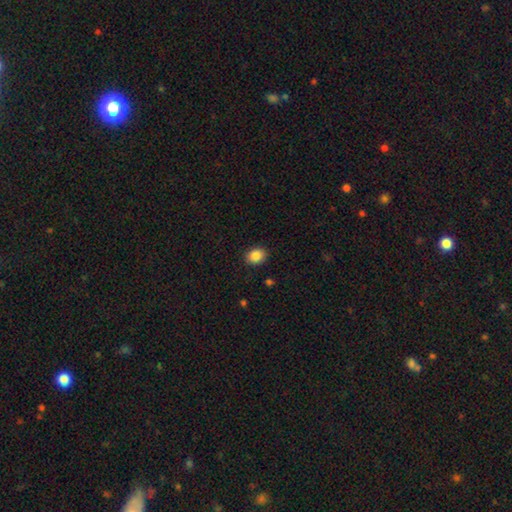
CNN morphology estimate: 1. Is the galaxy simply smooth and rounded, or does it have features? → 87% smooth, 9% star or artifact, 4% featured or disk.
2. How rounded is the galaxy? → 53% in between, 46% round, 1% cigar-shaped.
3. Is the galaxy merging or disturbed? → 89% none, 8% minor disturbance, 2% major disturbance, 1% merger.